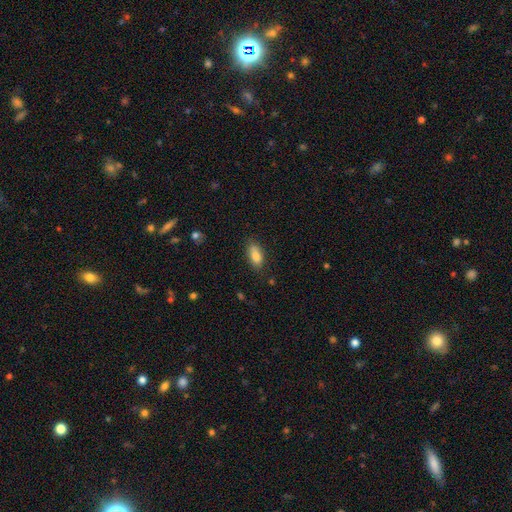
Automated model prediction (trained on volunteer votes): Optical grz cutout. It shows a smooth galaxy with no disk features (84%) that is in between round and cigar-shaped (86%). Merging: none (80%).